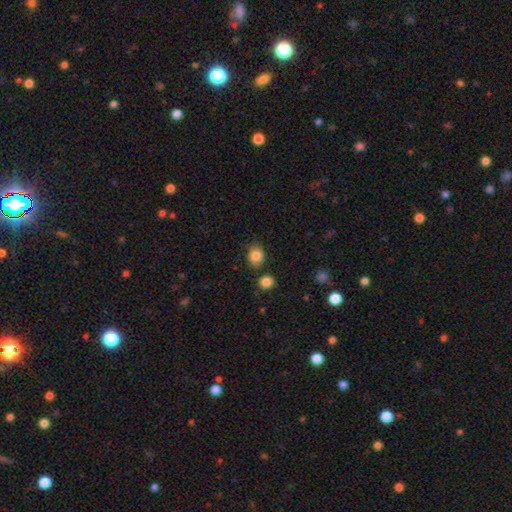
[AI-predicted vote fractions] smooth_or_featured: smooth (p=0.86) [alt: star or artifact p=0.09]
how_rounded: round (p=0.55) [alt: in between p=0.45]
merging: none (p=0.72) [alt: minor disturbance p=0.17]